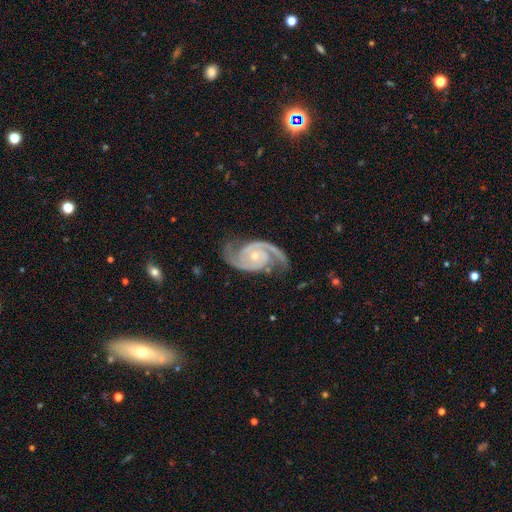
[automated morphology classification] A featured or disk galaxy (93%) with no bar (70%), 2 (92%) medium (52%) spiral arms (99%) and a small central bulge (59%).

Vote fractions:
- Smooth or featured? featured or disk: 93% / star or artifact: 4% / smooth: 3%
- Edge-on disk? no: 98% / yes: 2%
- Bar? no: 70% / weak: 22% / strong: 8%
- Spiral arms? yes: 99% / no: 1%
- Spiral winding? medium: 52% / tight: 37% / loose: 10%
- Spiral arm count? 2: 92% / 3: 3% / can't tell: 2% / 1: 1% / 4: 1% / more than 4: 1%
- Bulge size? small: 59% / moderate: 38% / none: 1% / large: 1% / dominant: 1%
- Merging? none: 77% / minor disturbance: 16% / major disturbance: 6% / merger: 2%